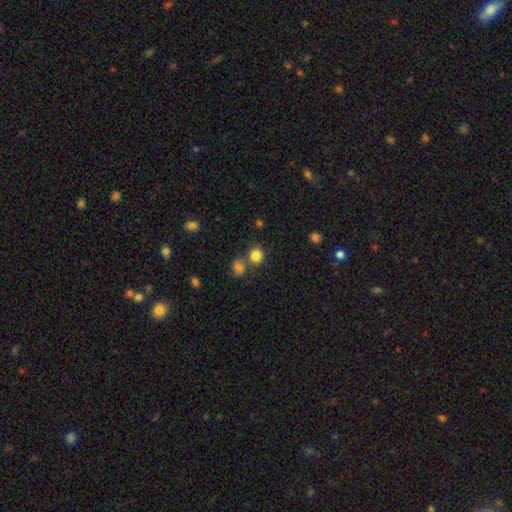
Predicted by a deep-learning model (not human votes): smooth_or_featured: smooth (p=0.82) [alt: star or artifact p=0.12]
how_rounded: round (p=0.76) [alt: in between p=0.23]
merging: none (p=0.61) [alt: merger p=0.26]